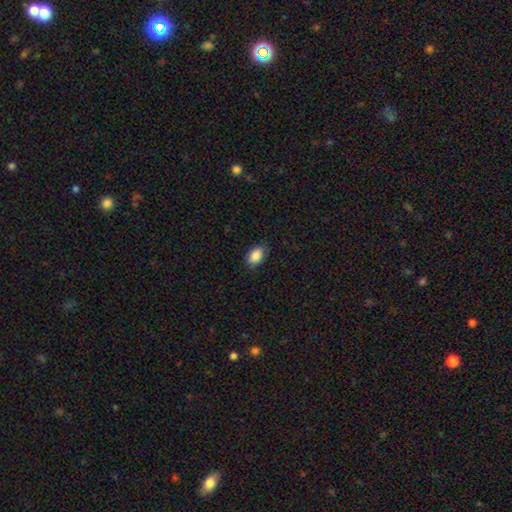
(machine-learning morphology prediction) A smooth galaxy with no disk features (89%) that is in between round and cigar-shaped (88%). Merging: none (84%).